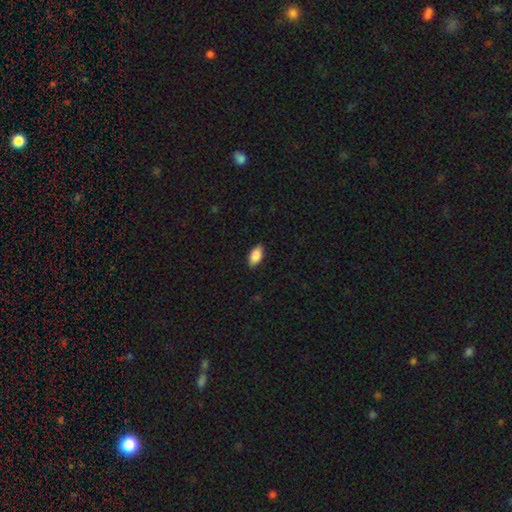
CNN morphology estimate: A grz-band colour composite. It shows a smooth galaxy with no disk features (87%) that is in between round and cigar-shaped (93%). Merging: none (87%).